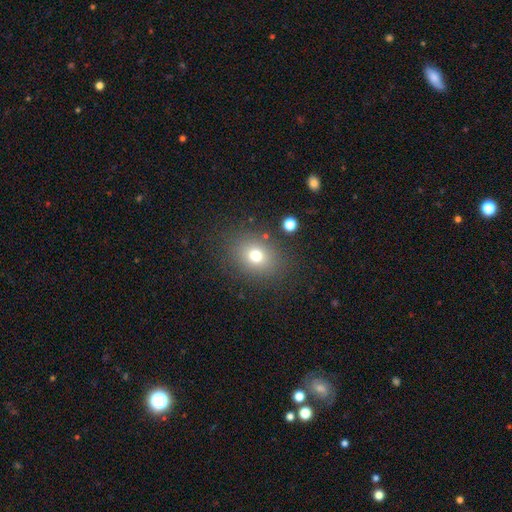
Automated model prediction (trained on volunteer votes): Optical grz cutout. It shows a smooth galaxy with no disk features (74%) that is round (53%). Merging: none (83%).